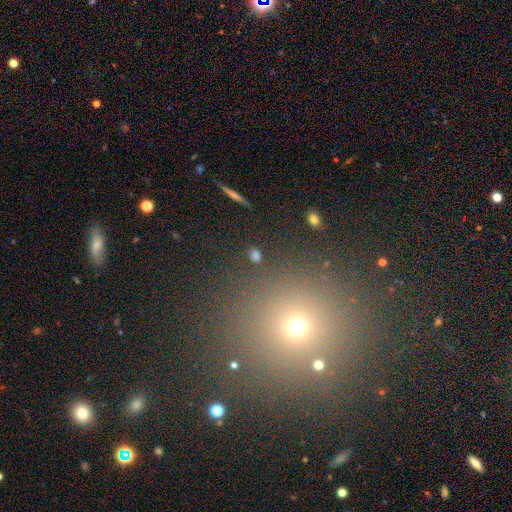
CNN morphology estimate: smooth 60%, star or artifact 29%, featured or disk 11%. Down the decision tree: how rounded — round (57%); merging — none (86%).